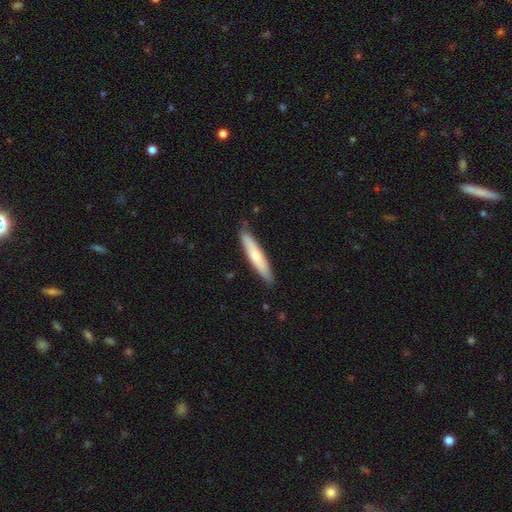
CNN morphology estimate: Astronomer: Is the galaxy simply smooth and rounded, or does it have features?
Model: smooth — 64%.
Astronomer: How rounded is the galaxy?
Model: cigar-shaped — 88%.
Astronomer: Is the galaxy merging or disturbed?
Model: none — 85%.